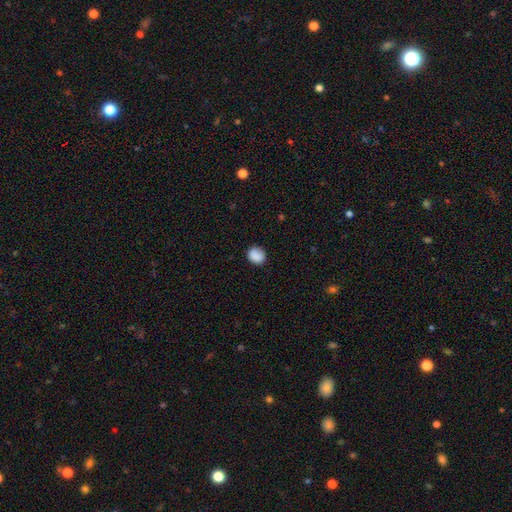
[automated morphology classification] Smooth or featured? smooth (87%)
How rounded? round (69%)
Merging? none (81%)